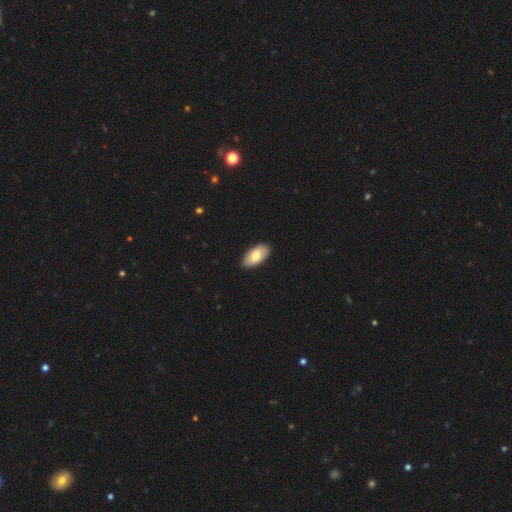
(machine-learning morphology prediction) This is likely a smooth galaxy (79%). How rounded: clearly in between (95%). Merging: clearly none (88%).